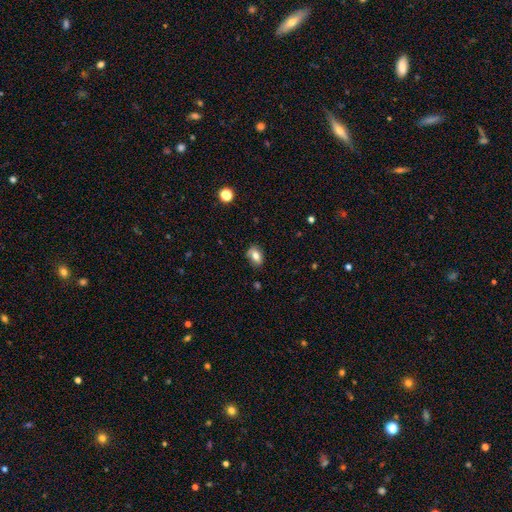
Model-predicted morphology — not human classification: Smooth or featured: smooth — 75% (featured or disk — 16%)
How rounded: in between — 81% (round — 18%)
Merging: none — 72% (minor disturbance — 21%)